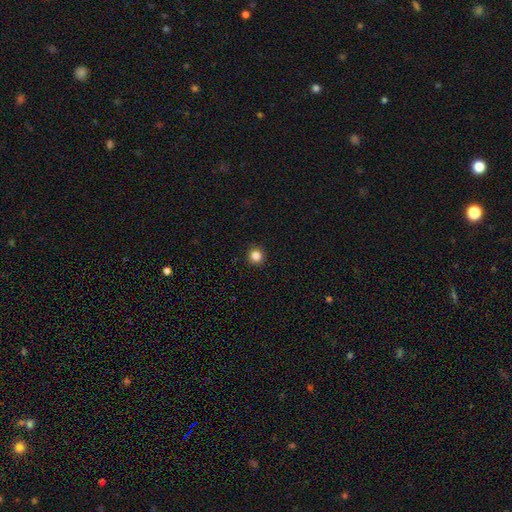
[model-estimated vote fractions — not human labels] Smooth or featured? Predicted: smooth (p=0.84). How rounded? Predicted: round (p=0.96). Merging? Predicted: none (p=0.93).